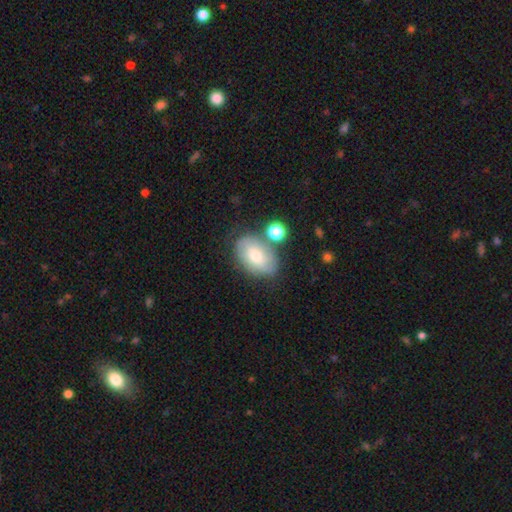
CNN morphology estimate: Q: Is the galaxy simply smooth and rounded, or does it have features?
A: smooth — 61%.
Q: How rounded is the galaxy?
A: in between — 84%.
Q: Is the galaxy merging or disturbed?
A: none — 61%.